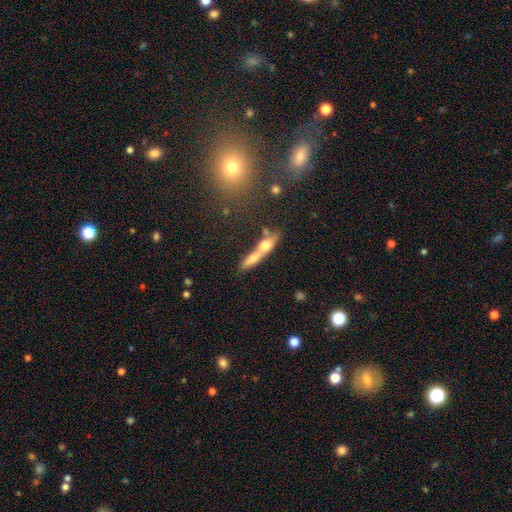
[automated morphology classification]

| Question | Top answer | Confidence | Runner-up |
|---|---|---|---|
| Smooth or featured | smooth | 47% | featured or disk (41%) |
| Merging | merger | 44% | none (39%) |